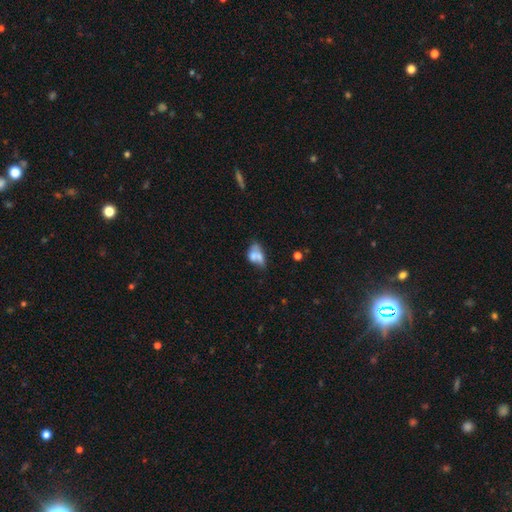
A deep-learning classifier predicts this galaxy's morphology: Smooth or featured? Predicted: smooth (p=0.60). How rounded? Predicted: in between (p=0.77). Merging? Predicted: merger (p=0.51).